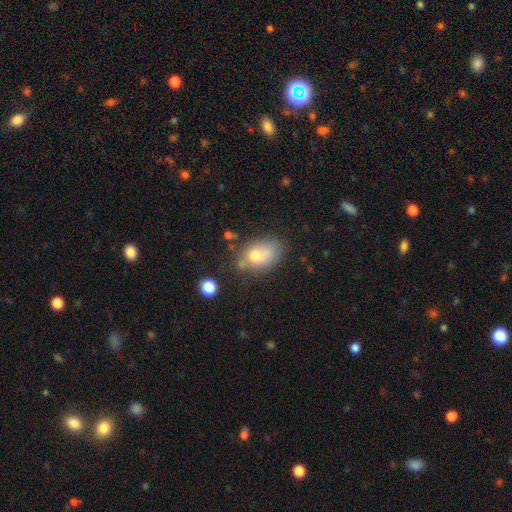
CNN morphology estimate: A smooth galaxy with no disk features (70%) that is in between round and cigar-shaped (80%). Merging: none (50%).